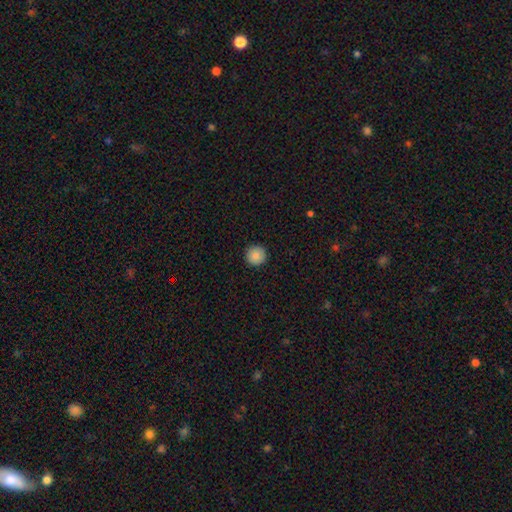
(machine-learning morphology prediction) Smooth or featured? Predicted: smooth (p=0.85). How rounded? Predicted: round (p=0.96). Merging? Predicted: none (p=0.93).